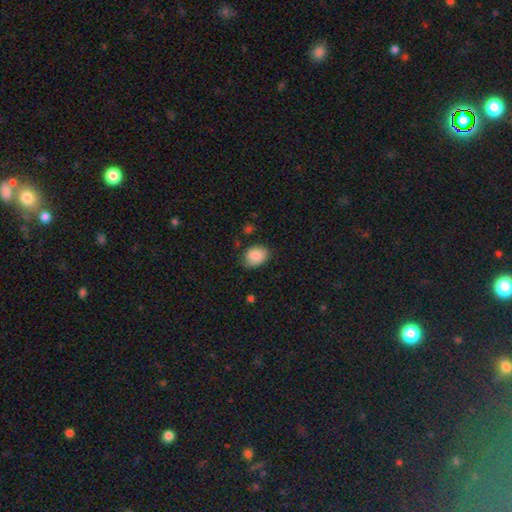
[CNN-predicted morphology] A smooth galaxy with no disk features (85%) that is in between round and cigar-shaped (60%). Merging: none (70%).